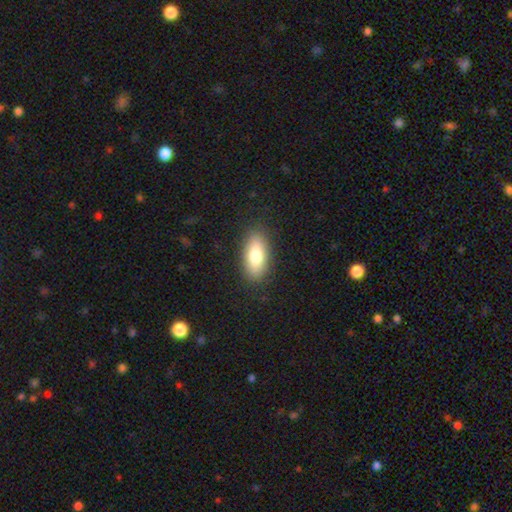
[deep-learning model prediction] This appears to be a smooth galaxy with no disk features (78%) that is in between round and cigar-shaped (82%). Merging: none (87%).